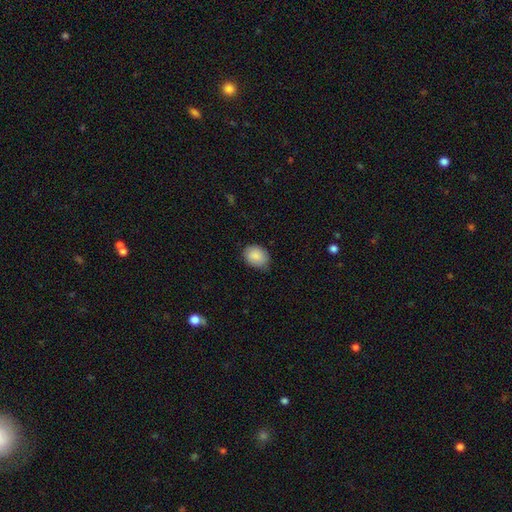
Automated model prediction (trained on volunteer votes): smooth-or-featured: smooth: 88% | star or artifact: 7% | featured or disk: 5%
  how-rounded: in between: 63% | round: 36% | cigar-shaped: 1%
  merging: none: 70% | minor disturbance: 25% | major disturbance: 3% | merger: 1%